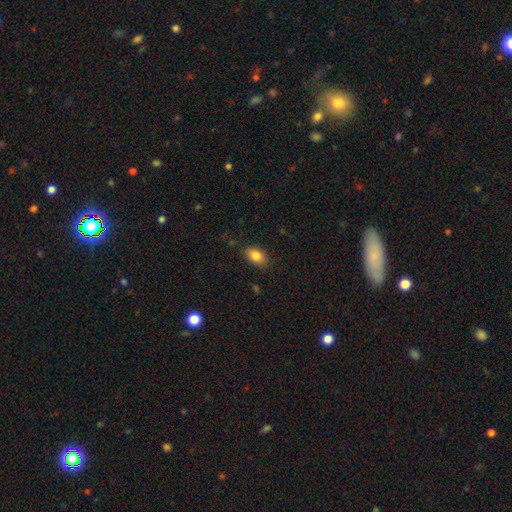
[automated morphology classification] A smooth galaxy with no disk features (84%) that is in between round and cigar-shaped (85%). Merging: none (85%).